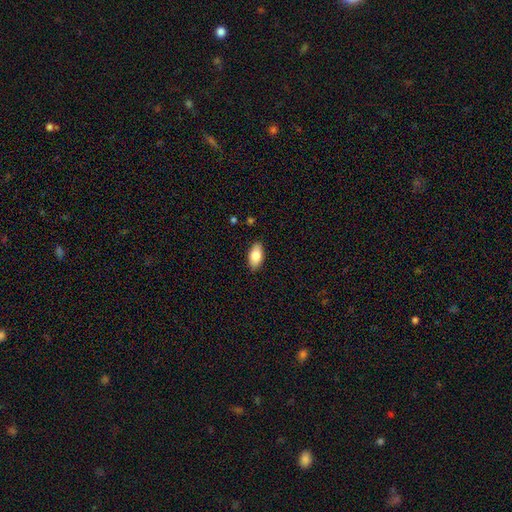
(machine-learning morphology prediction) A smooth galaxy with no disk features (82%) that is in between round and cigar-shaped (92%). Merging: none (88%).